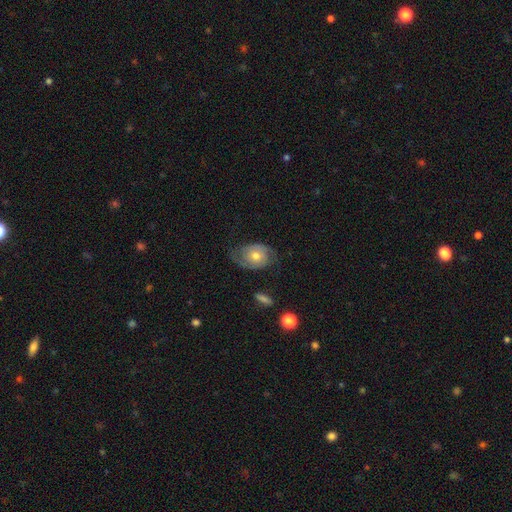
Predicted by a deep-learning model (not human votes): Smooth or featured?
  - featured or disk: 75% *
  - smooth: 18%
  - star or artifact: 7%
Edge-on disk?
  - no: 97% *
  - yes: 3%
Bar?
  - no: 77% *
  - weak: 19%
  - strong: 4%
Spiral arms?
  - yes: 92% *
  - no: 8%
Spiral winding?
  - medium: 42% *
  - tight: 34%
  - loose: 24%
Spiral arm count?
  - 2: 87% *
  - can't tell: 6%
  - 1: 3%
  - 3: 2%
  - 4: 1%
  - more than 4: 1%
Bulge size?
  - moderate: 64% *
  - small: 29%
  - large: 4%
  - none: 1%
  - dominant: 1%
Merging?
  - none: 69% *
  - minor disturbance: 19%
  - major disturbance: 11%
  - merger: 2%